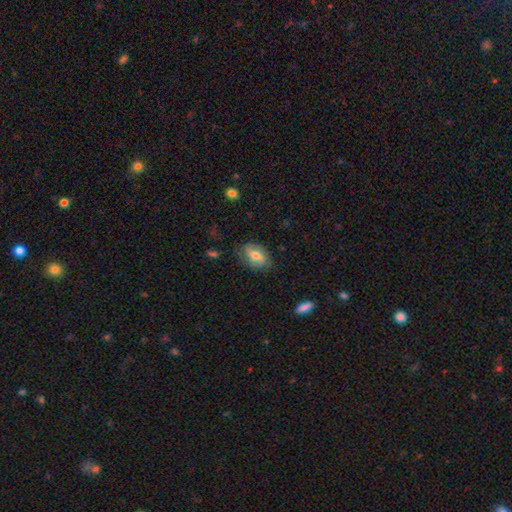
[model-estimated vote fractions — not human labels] The model was most divided on "bar": weak: 46%, no: 35%, strong: 19%. More confident: edge-on disk — no (94%); spiral arms — yes (81%); merging — none (71%); bulge size — moderate (64%); smooth or featured — featured or disk (54%).